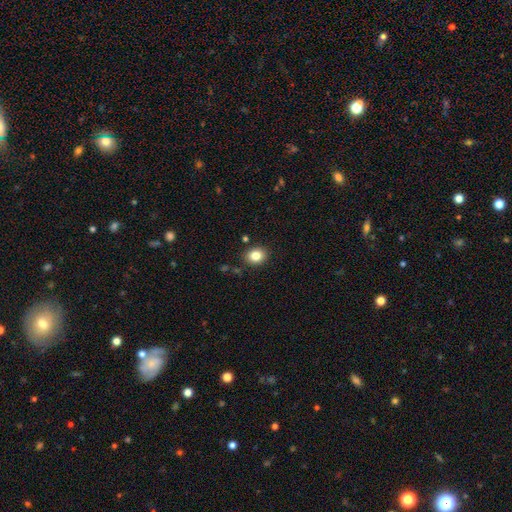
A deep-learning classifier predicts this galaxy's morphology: The model was most divided on "how rounded": round: 56%, in between: 43%, cigar-shaped: 1%. More confident: merging — none (88%); smooth or featured — smooth (83%).